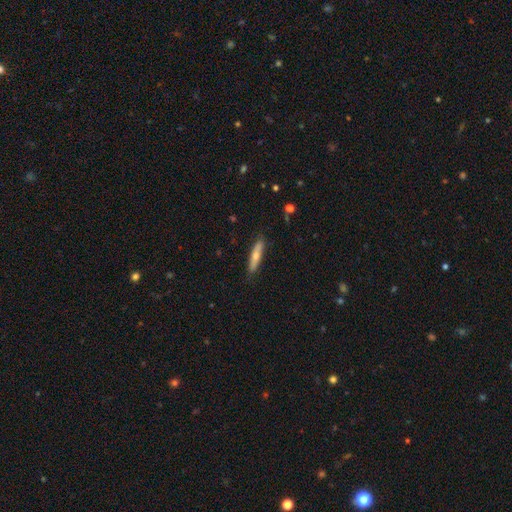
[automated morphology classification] The model was most divided on "smooth or featured": smooth: 57%, featured or disk: 37%, star or artifact: 6%. More confident: merging — none (86%); how rounded — cigar-shaped (82%).